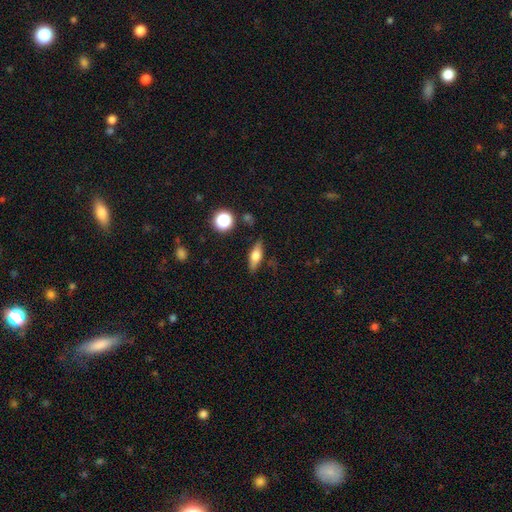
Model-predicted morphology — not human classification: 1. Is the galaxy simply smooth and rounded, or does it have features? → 55% smooth, 36% featured or disk, 9% star or artifact.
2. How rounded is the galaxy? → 54% in between, 40% cigar-shaped, 7% round.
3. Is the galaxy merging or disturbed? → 83% none, 12% minor disturbance, 3% major disturbance, 2% merger.